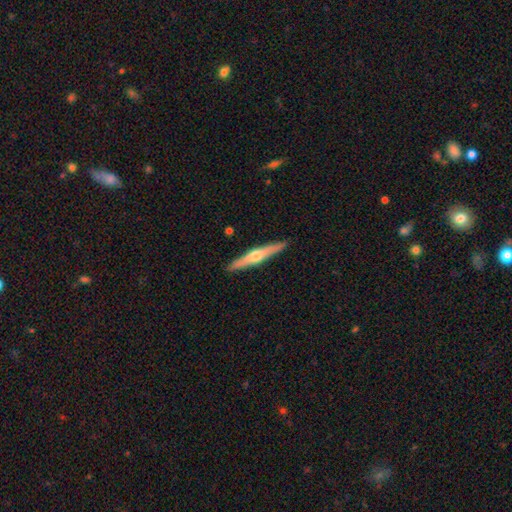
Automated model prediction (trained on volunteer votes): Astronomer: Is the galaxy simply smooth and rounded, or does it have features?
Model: featured or disk — 66%.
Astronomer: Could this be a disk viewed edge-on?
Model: yes — 97%.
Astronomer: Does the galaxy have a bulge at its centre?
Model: rounded — 91%.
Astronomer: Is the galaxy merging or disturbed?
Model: none — 91%.